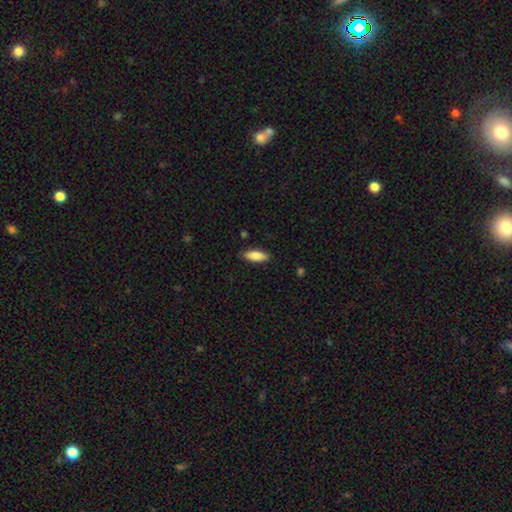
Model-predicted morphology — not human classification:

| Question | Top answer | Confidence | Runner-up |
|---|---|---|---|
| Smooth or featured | smooth | 84% | featured or disk (10%) |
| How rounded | in between | 68% | cigar-shaped (30%) |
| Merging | none | 86% | minor disturbance (11%) |